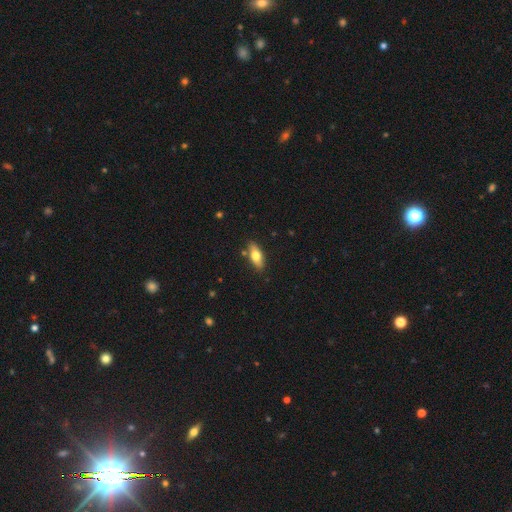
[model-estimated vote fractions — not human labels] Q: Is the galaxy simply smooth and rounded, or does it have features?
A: smooth — 65%.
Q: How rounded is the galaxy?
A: in between — 75%.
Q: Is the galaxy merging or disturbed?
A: none — 84%.